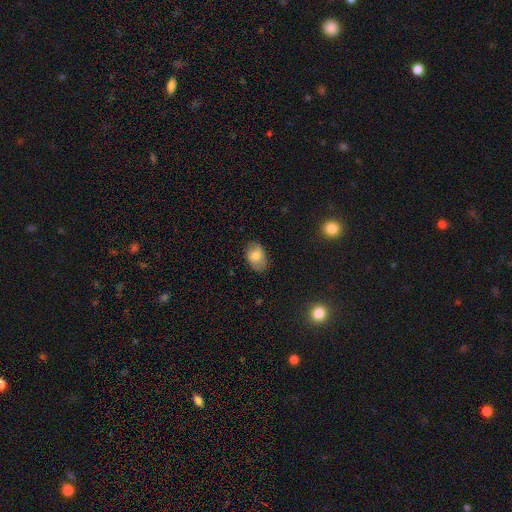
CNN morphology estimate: Smooth or featured: smooth — 76% (featured or disk — 15%)
How rounded: in between — 83% (round — 16%)
Merging: none — 75% (minor disturbance — 20%)